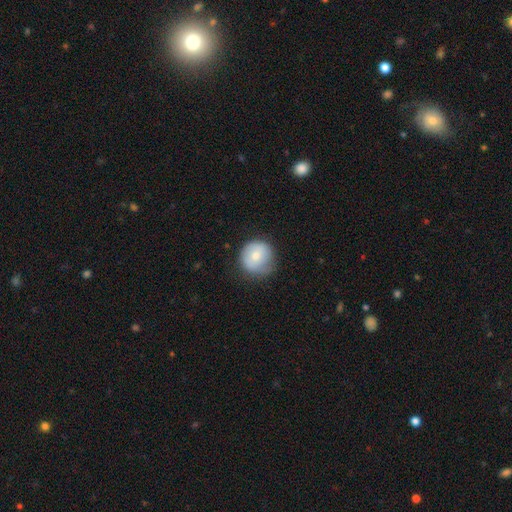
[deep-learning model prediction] A smooth galaxy with no disk features (72%) that is round (92%). Merging: none (65%).